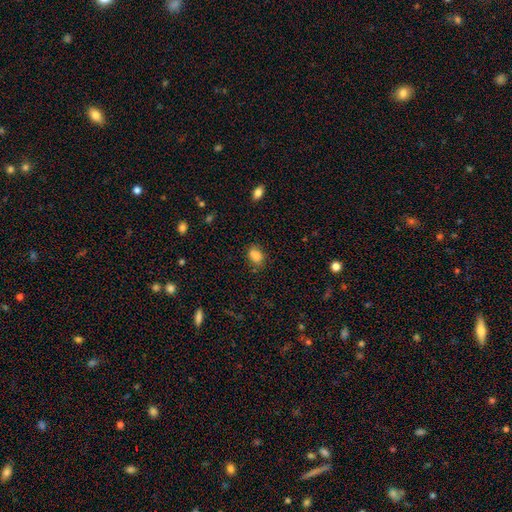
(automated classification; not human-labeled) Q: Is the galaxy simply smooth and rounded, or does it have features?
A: smooth — 83%.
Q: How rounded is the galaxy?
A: in between — 69%.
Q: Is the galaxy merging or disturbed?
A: none — 68%.